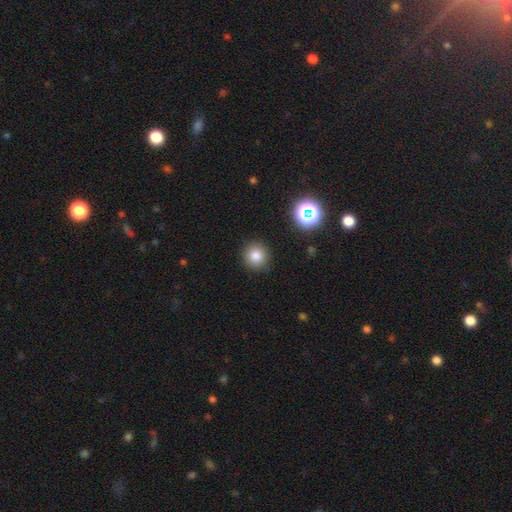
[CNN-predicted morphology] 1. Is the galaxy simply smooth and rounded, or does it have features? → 81% smooth, 13% star or artifact, 6% featured or disk.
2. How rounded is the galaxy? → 93% round, 6% in between, 1% cigar-shaped.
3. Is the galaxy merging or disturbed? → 90% none, 6% minor disturbance, 2% major disturbance, 1% merger.